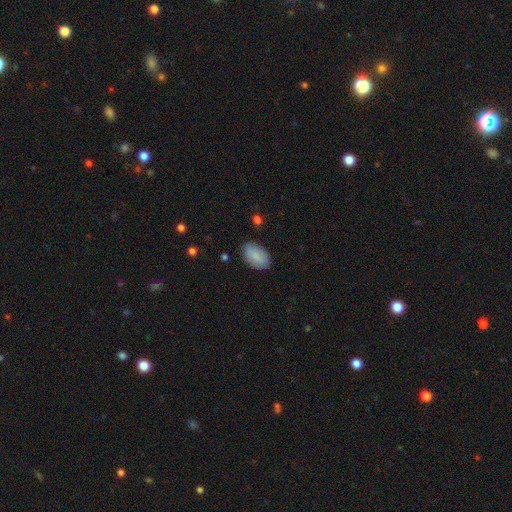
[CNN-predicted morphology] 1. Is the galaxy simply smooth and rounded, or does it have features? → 87% smooth, 7% featured or disk, 6% star or artifact.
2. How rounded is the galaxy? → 94% in between, 5% round, 2% cigar-shaped.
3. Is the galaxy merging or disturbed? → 85% none, 11% minor disturbance, 3% major disturbance, 1% merger.